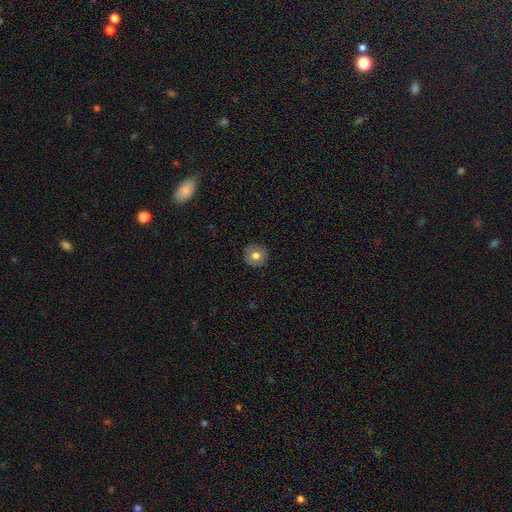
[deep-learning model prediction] smooth_or_featured: smooth (p=0.76) [alt: featured or disk p=0.14]
how_rounded: round (p=0.93) [alt: in between p=0.06]
merging: none (p=0.90) [alt: minor disturbance p=0.07]